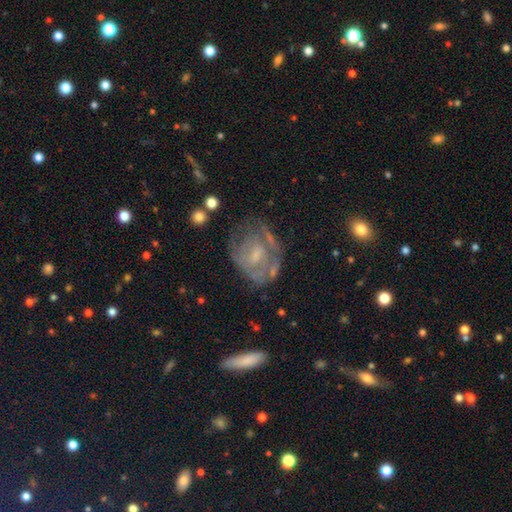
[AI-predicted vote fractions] Smooth or featured? featured or disk (70%)
Edge-on disk? no (96%)
Bar? no (54%)
Spiral arms? yes (56%)
Bulge size? small (39%)
Merging? none (53%)